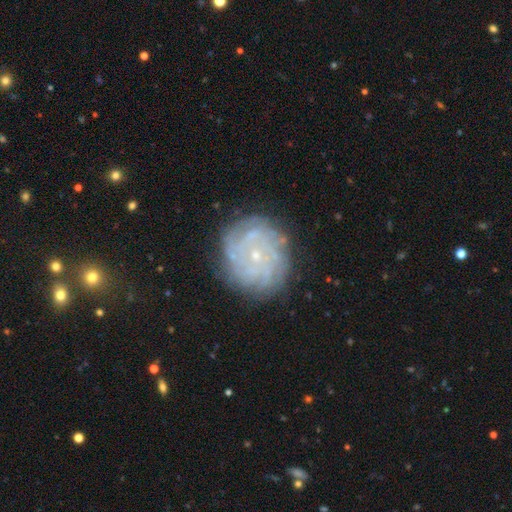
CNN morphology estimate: Smooth or featured?
  - featured or disk: 76% *
  - smooth: 14%
  - star or artifact: 10%
Edge-on disk?
  - no: 97% *
  - yes: 3%
Bar?
  - no: 80% *
  - weak: 16%
  - strong: 4%
Spiral arms?
  - yes: 93% *
  - no: 7%
Spiral winding?
  - tight: 78% *
  - medium: 17%
  - loose: 5%
Spiral arm count?
  - can't tell: 38% *
  - more than 4: 19%
  - 4: 16%
  - 3: 10%
  - 2: 9%
  - 1: 7%
Bulge size?
  - small: 84% *
  - moderate: 12%
  - none: 2%
  - large: 1%
  - dominant: 1%
Merging?
  - none: 82% *
  - minor disturbance: 12%
  - major disturbance: 4%
  - merger: 1%